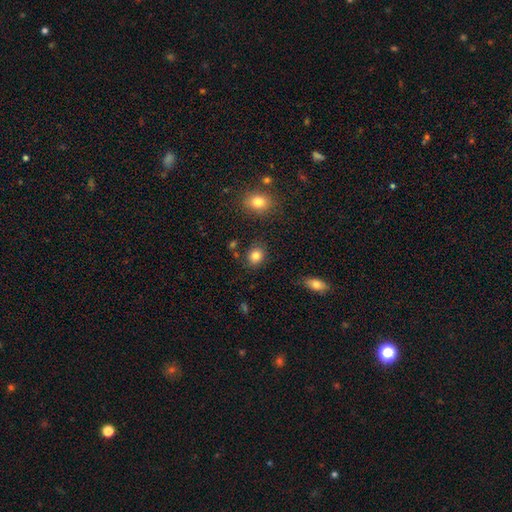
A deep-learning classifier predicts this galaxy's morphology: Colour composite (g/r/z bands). It shows a smooth galaxy with no disk features (83%) that is round (61%). Merging: none (84%).